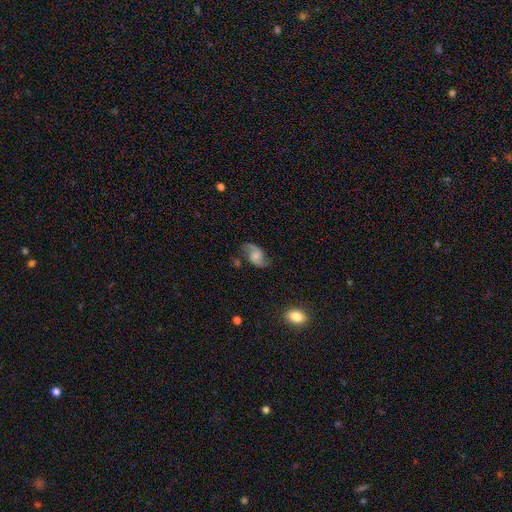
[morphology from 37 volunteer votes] smooth-or-featured: featured or disk: 92% | smooth: 5% | star or artifact: 3%
  disk-edge-on: no: 97% | yes: 3%
    bar: weak: 52% | no: 42% | strong: 6%
    has-spiral-arms: yes: 100% | no: 0%
      spiral-winding: loose: 61% | medium: 36% | tight: 3%
      spiral-arm-count: 2: 100% | 1: 0% | 3: 0% | 4: 0% | more than 4: 0% | can't tell: 0%
    bulge-size: moderate: 39% | small: 36% | none: 21% | large: 3% | dominant: 0%
  merging: none: 86% | major disturbance: 6% | merger: 6% | minor disturbance: 3%